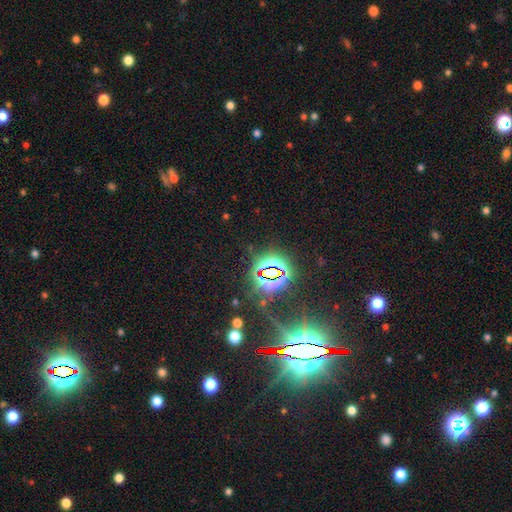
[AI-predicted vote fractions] Morphology: type=star or artifact (84%).